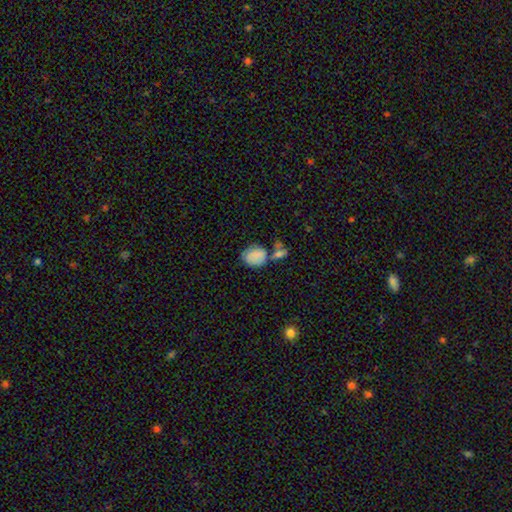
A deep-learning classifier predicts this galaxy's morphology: smooth_or_featured: smooth (p=0.79) [alt: featured or disk p=0.13]
how_rounded: in between (p=0.50) [alt: round p=0.49]
merging: none (p=0.44) [alt: merger p=0.28]